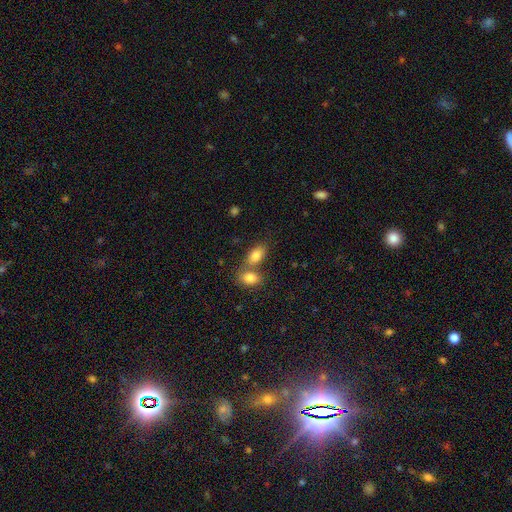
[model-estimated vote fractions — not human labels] Morphology: type=smooth (83%); roundness=in between (89%); merging=merger (46%).